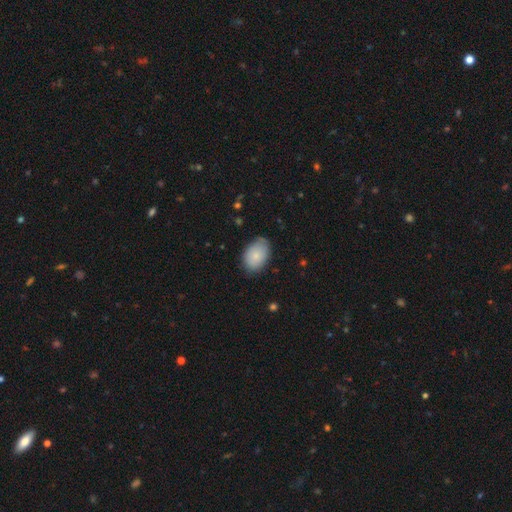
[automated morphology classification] smooth_or_featured: smooth (p=0.83) [alt: featured or disk p=0.11]
how_rounded: in between (p=0.87) [alt: round p=0.12]
merging: none (p=0.75) [alt: minor disturbance p=0.21]